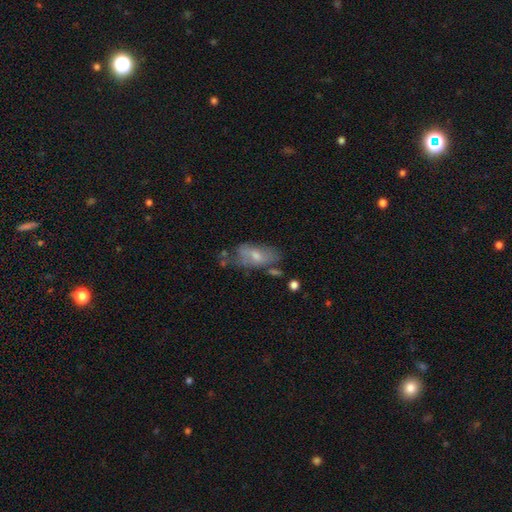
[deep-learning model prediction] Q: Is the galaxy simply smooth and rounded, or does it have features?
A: featured or disk — 46%.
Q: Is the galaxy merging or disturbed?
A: none — 43%.